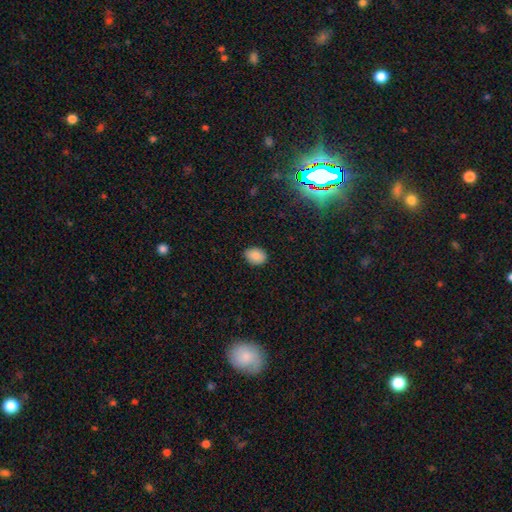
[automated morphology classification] Overall: smooth (87%). How rounded: in between (71%). Merging: none (86%).